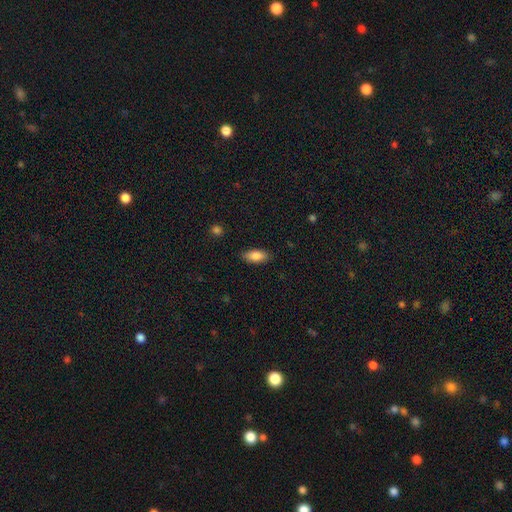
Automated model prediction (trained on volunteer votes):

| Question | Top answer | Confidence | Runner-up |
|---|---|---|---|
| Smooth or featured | smooth | 85% | featured or disk (9%) |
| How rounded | in between | 87% | cigar-shaped (11%) |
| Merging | none | 87% | minor disturbance (9%) |